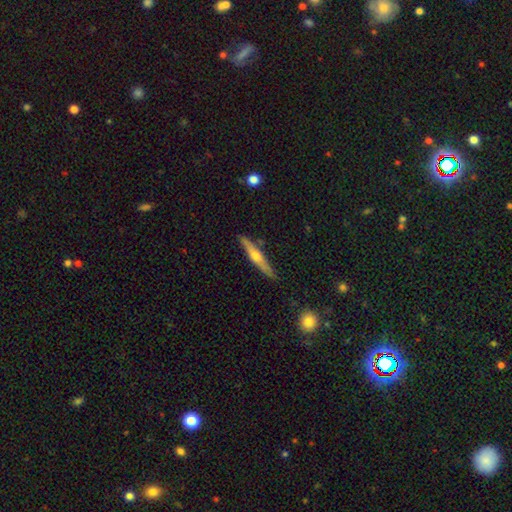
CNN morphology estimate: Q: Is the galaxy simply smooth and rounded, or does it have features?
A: featured or disk — 63%.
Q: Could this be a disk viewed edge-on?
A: yes — 96%.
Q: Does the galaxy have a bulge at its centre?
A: rounded — 90%.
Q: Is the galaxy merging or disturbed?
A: none — 86%.